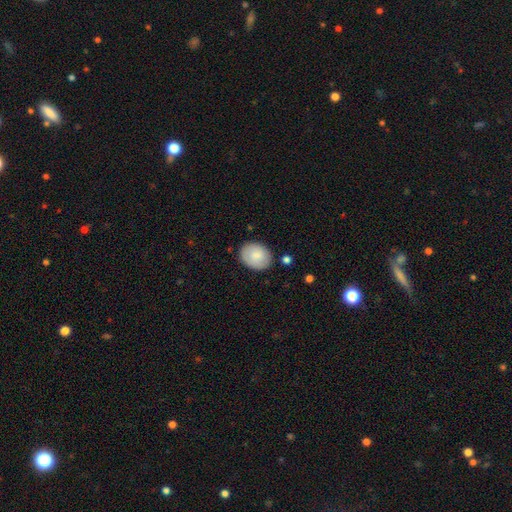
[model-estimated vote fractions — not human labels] smooth_or_featured: smooth (p=0.81) [alt: featured or disk p=0.13]
how_rounded: in between (p=0.58) [alt: round p=0.42]
merging: none (p=0.82) [alt: minor disturbance p=0.13]